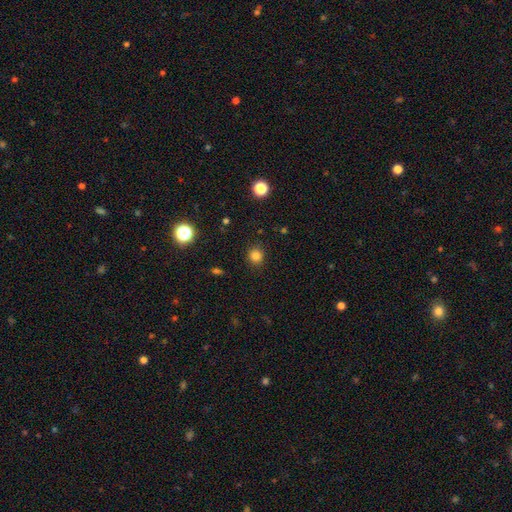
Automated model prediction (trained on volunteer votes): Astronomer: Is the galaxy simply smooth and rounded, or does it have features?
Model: smooth — 82%.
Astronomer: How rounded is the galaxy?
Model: round — 87%.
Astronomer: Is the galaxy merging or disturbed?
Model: none — 88%.